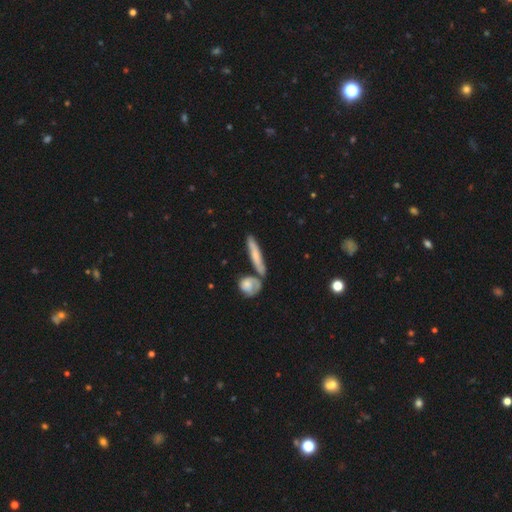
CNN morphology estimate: Overall: smooth (58%; featured or disk 35%). How rounded: cigar-shaped (83%). Merging: none (62%).